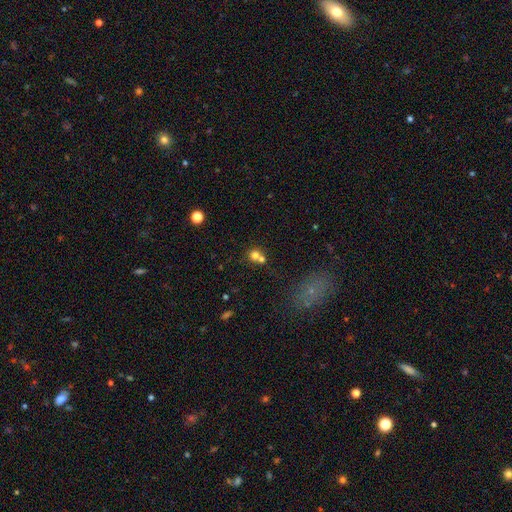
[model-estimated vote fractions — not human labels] Smooth or featured: smooth — 71% (star or artifact — 17%)
How rounded: round — 87% (in between — 12%)
Merging: merger — 45% (tied with none — 45%)